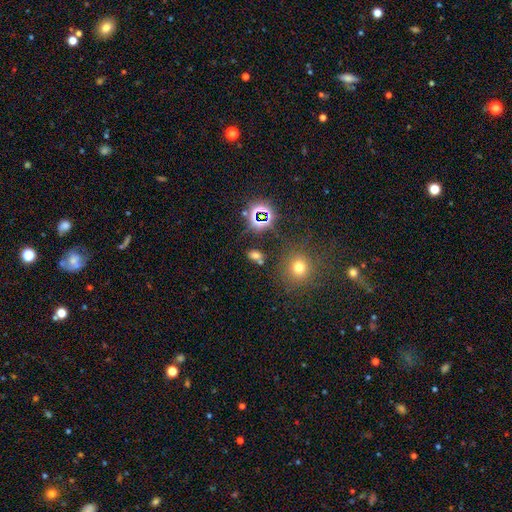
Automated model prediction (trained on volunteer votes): Q: Smooth or featured?
A: smooth (54%); runner-up: star or artifact (37%)
Q: How rounded?
A: in between (71%); runner-up: round (25%)
Q: Merging?
A: none (70%); runner-up: merger (13%)